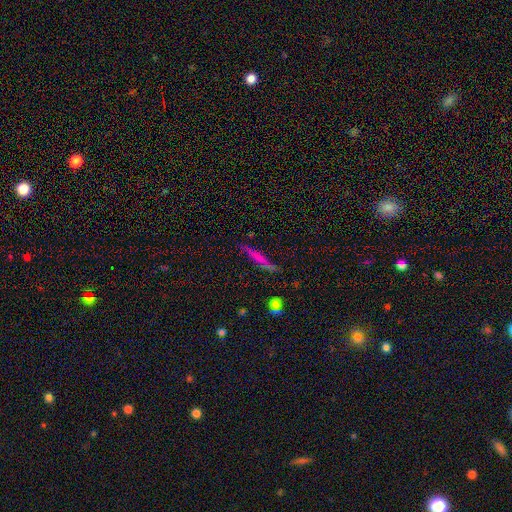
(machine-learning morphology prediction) Smooth or featured: smooth — 49% (featured or disk — 40%)
Merging: none — 79% (minor disturbance — 14%)